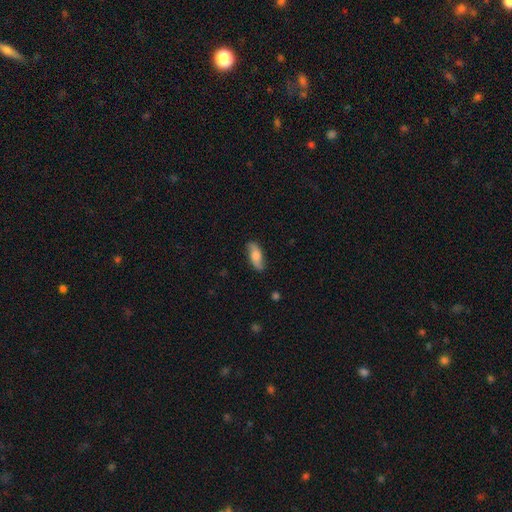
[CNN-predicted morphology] A smooth galaxy with no disk features (52%) that is in between round and cigar-shaped (72%). Merging: none (80%).